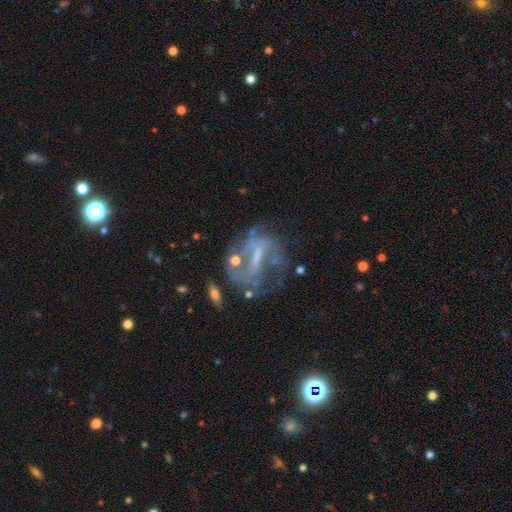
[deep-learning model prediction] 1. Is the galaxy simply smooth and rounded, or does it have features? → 68% featured or disk, 18% star or artifact, 15% smooth.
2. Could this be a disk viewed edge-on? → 95% no, 5% yes.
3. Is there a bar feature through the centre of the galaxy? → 40% weak, 31% no, 29% strong.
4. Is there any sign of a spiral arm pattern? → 54% yes, 46% no.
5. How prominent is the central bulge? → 38% small (tied), 38% none (tied), 20% moderate, 2% large, 1% dominant.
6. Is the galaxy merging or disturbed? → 43% none, 28% major disturbance, 18% minor disturbance, 10% merger.